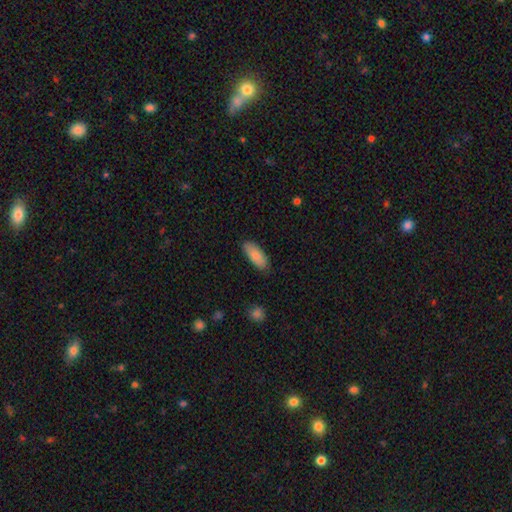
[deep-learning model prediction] Morphology: type=smooth (84%); roundness=in between (81%); merging=none (83%).